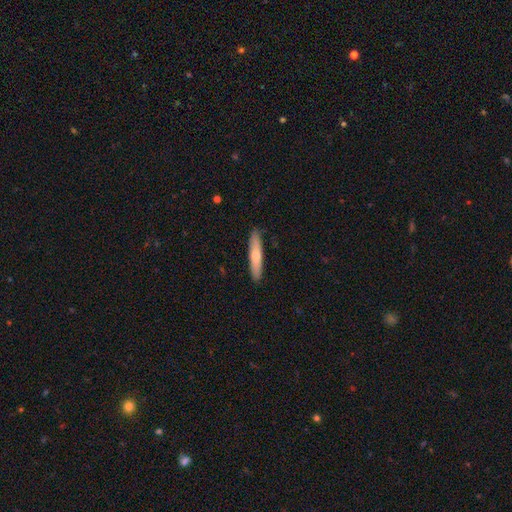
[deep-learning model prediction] smooth_or_featured: smooth (p=0.56) [alt: featured or disk p=0.38]
how_rounded: cigar-shaped (p=0.89) [alt: in between p=0.10]
merging: none (p=0.91) [alt: minor disturbance p=0.07]